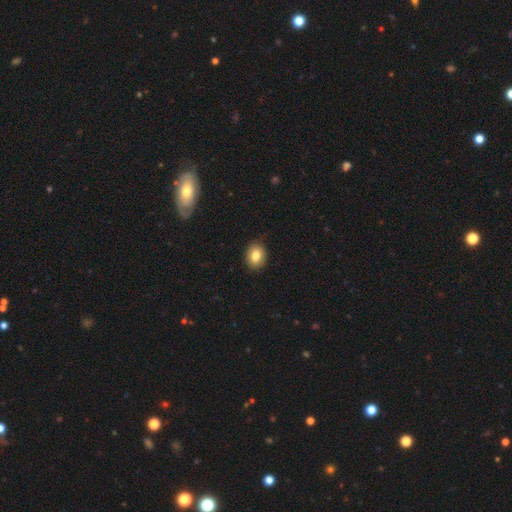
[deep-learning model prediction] Morphology: type=smooth (83%); roundness=in between (57%); merging=none (85%).